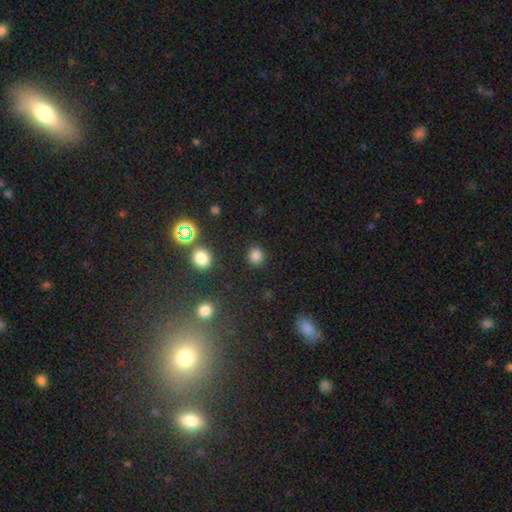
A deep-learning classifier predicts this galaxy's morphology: Smooth or featured?
  - smooth: 80% *
  - star or artifact: 16%
  - featured or disk: 4%
How rounded?
  - round: 85% *
  - in between: 14%
  - cigar-shaped: 1%
Merging?
  - none: 88% *
  - minor disturbance: 7%
  - major disturbance: 3%
  - merger: 2%